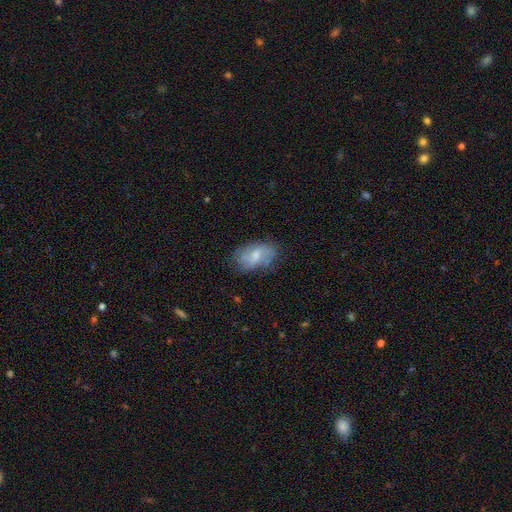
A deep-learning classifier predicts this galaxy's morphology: Smooth or featured? Predicted: featured or disk (p=0.47). Merging? Predicted: none (p=0.67).